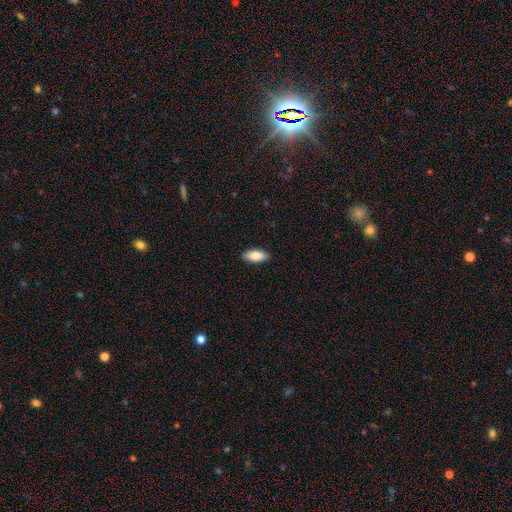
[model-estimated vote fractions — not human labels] smooth 86%, featured or disk 8%, star or artifact 6%. Down the decision tree: how rounded — in between (87%); merging — none (89%).